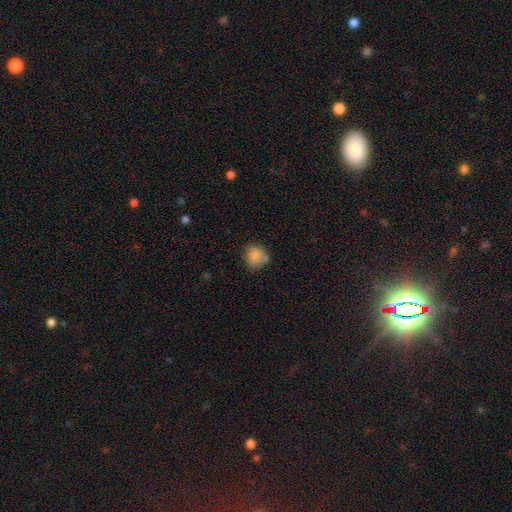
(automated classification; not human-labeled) smooth-or-featured: smooth: 83% | star or artifact: 9% | featured or disk: 8%
  how-rounded: round: 75% | in between: 24% | cigar-shaped: 1%
  merging: none: 60% | minor disturbance: 26% | merger: 7% | major disturbance: 7%